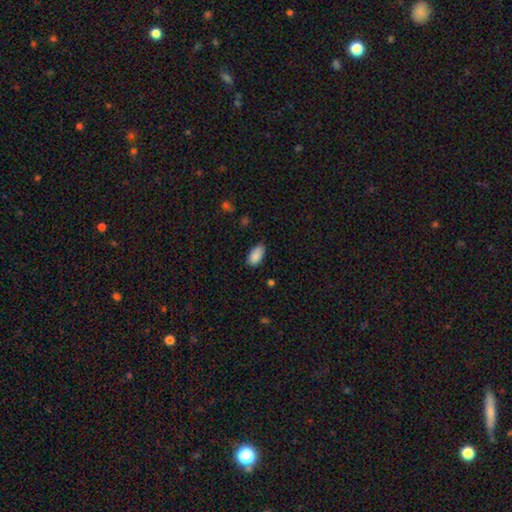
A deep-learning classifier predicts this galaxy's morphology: smooth-or-featured: smooth: 89% | star or artifact: 7% | featured or disk: 4%
  how-rounded: in between: 94% | cigar-shaped: 4% | round: 3%
  merging: none: 76% | minor disturbance: 20% | major disturbance: 3% | merger: 1%